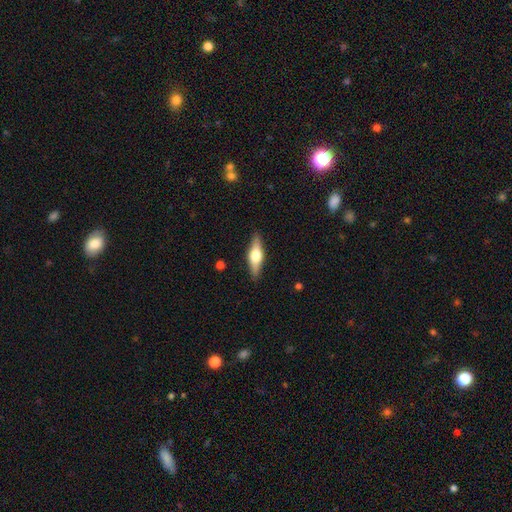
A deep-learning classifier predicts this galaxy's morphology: Smooth or featured? featured or disk (53%)
Edge-on disk? yes (93%)
Merging? none (89%)